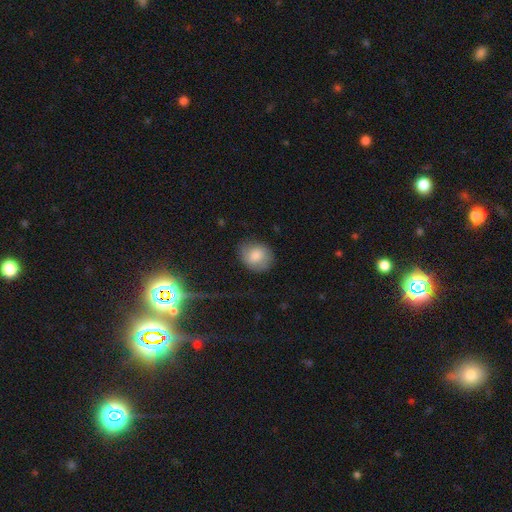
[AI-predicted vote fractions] This is likely a smooth galaxy (80%). How rounded: likely round (67%). Merging: likely none (77%).